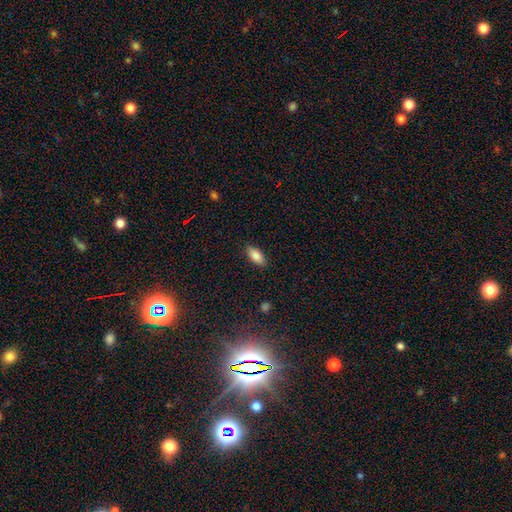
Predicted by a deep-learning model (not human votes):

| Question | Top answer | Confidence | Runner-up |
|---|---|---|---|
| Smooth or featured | smooth | 85% | featured or disk (8%) |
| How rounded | in between | 89% | cigar-shaped (9%) |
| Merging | none | 87% | minor disturbance (9%) |